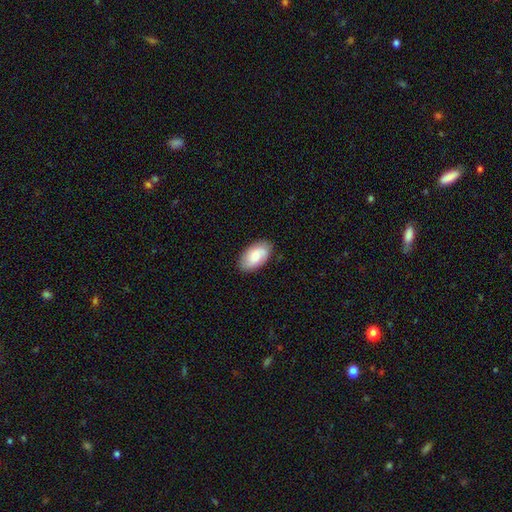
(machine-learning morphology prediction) Overall: smooth (72%). How rounded: in between (94%). Merging: none (85%).